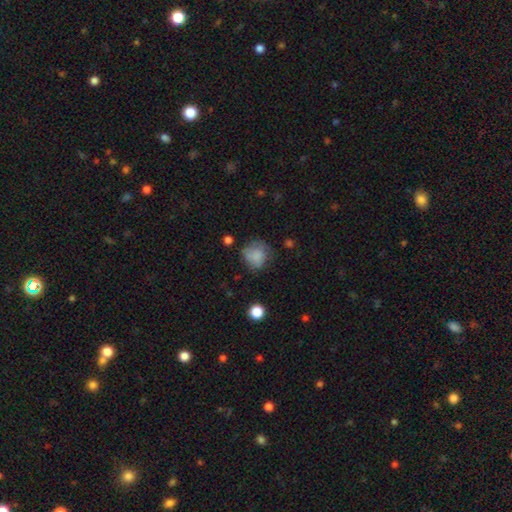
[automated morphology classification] The model was most divided on "merging": none: 53%, minor disturbance: 29%, major disturbance: 15%, merger: 3%. More confident: how rounded — round (74%); smooth or featured — smooth (74%).